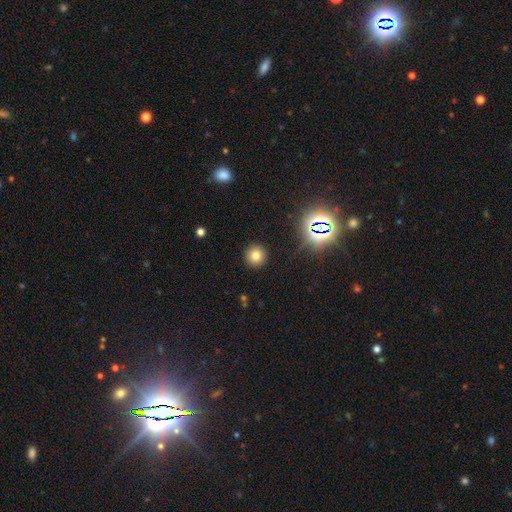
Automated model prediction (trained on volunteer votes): Smooth or featured?
  - smooth: 76% *
  - star or artifact: 17%
  - featured or disk: 8%
How rounded?
  - round: 94% *
  - in between: 5%
  - cigar-shaped: 1%
Merging?
  - none: 92% *
  - minor disturbance: 5%
  - major disturbance: 2%
  - merger: 1%